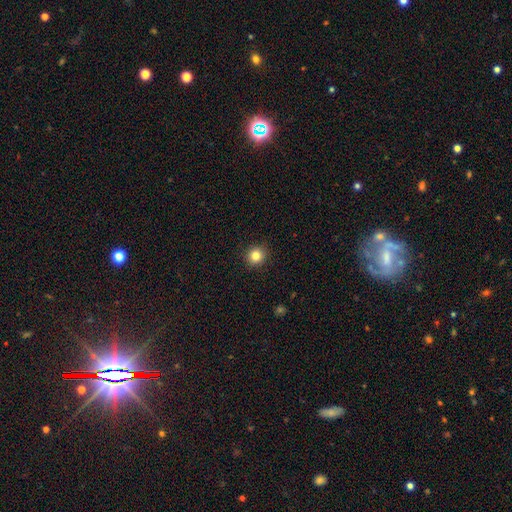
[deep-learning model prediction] Overall: smooth (83%). How rounded: round (89%). Merging: none (92%).